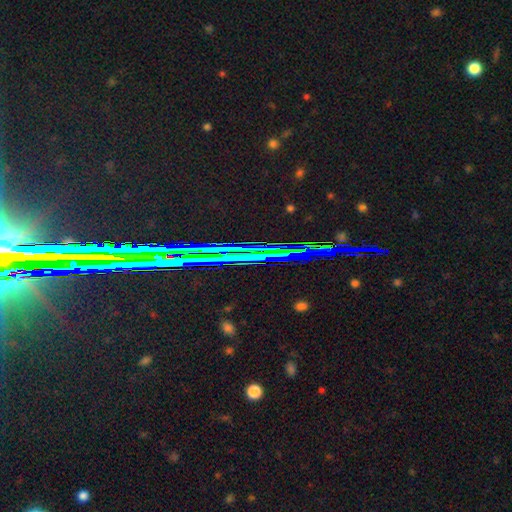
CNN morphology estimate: smooth_or_featured: star or artifact (p=0.77) [alt: featured or disk p=0.12]